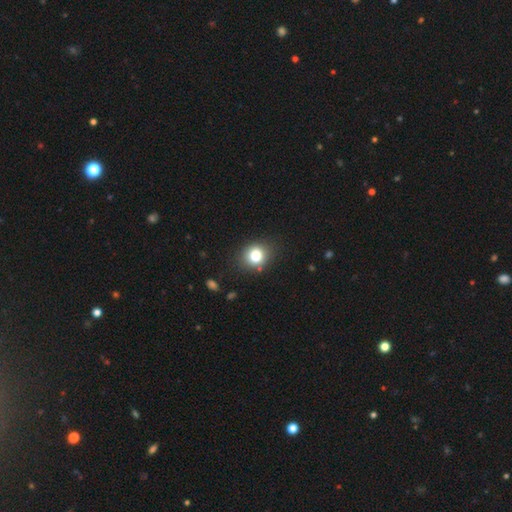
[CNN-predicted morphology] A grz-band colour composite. It shows a smooth galaxy with no disk features (81%) that is round (69%). Merging: none (82%).